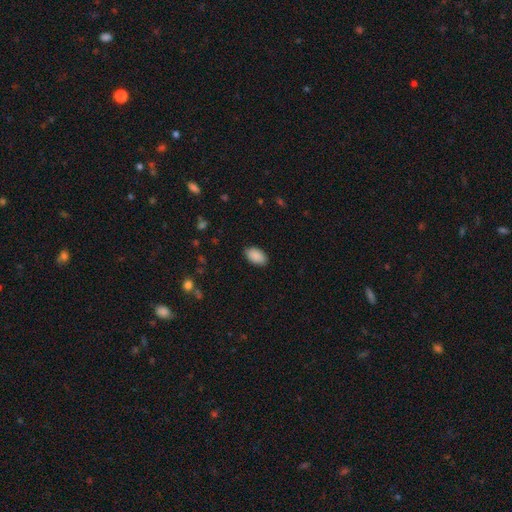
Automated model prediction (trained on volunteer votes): Morphology: type=smooth (90%); roundness=in between (94%); merging=none (87%).